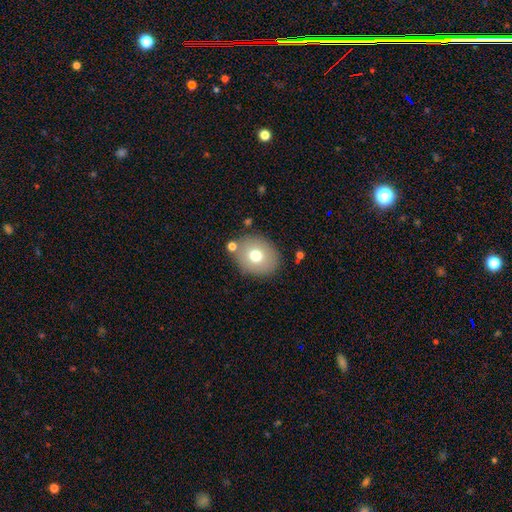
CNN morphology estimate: Q: Smooth or featured?
A: smooth (71%); runner-up: featured or disk (18%)
Q: How rounded?
A: round (59%); runner-up: in between (41%)
Q: Merging?
A: none (81%); runner-up: minor disturbance (10%)